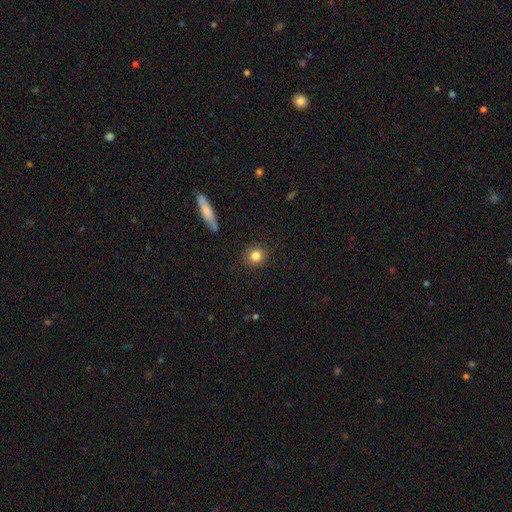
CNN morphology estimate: This is clearly a smooth galaxy (82%). How rounded: clearly round (88%). Merging: clearly none (89%).